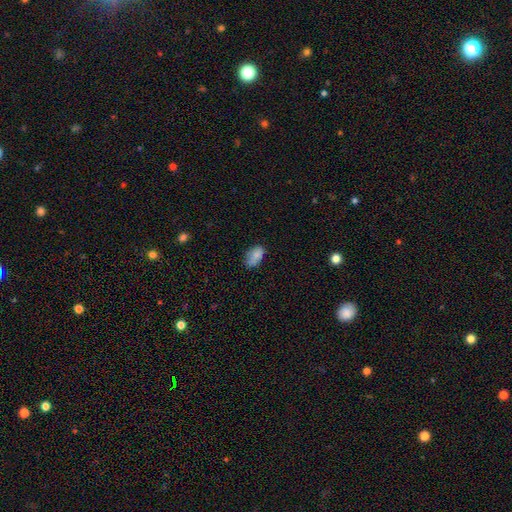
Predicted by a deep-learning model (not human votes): This is likely a smooth galaxy (79%). How rounded: clearly in between (90%). Merging: possibly none (55%).